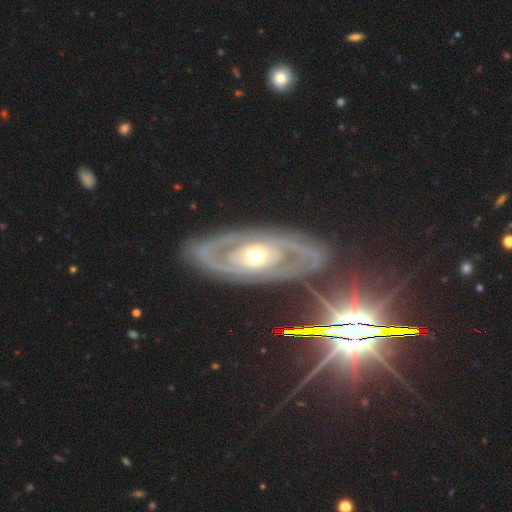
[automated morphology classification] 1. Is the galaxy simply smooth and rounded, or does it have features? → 84% featured or disk, 9% smooth, 7% star or artifact.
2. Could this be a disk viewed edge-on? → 92% no, 8% yes.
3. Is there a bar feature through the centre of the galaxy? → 72% no, 18% weak, 10% strong.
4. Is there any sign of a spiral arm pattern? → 81% yes, 19% no.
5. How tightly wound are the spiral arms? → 59% tight, 31% medium, 10% loose.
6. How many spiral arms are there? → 64% 2, 19% can't tell, 6% 3, 5% 1, 3% 4, 3% more than 4.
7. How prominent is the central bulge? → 61% moderate, 31% small, 6% large, 1% dominant, 1% none.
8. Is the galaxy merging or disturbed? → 78% none, 13% minor disturbance, 7% major disturbance, 2% merger.